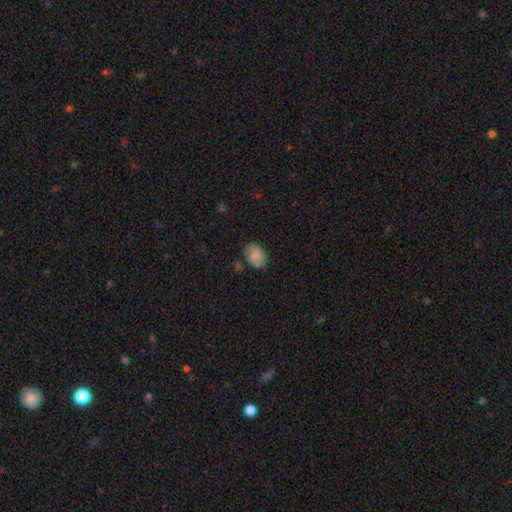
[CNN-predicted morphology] Smooth or featured?
  - smooth: 85% *
  - featured or disk: 8%
  - star or artifact: 7%
How rounded?
  - in between: 80% *
  - round: 19%
  - cigar-shaped: 1%
Merging?
  - none: 76% *
  - minor disturbance: 17%
  - major disturbance: 4%
  - merger: 3%